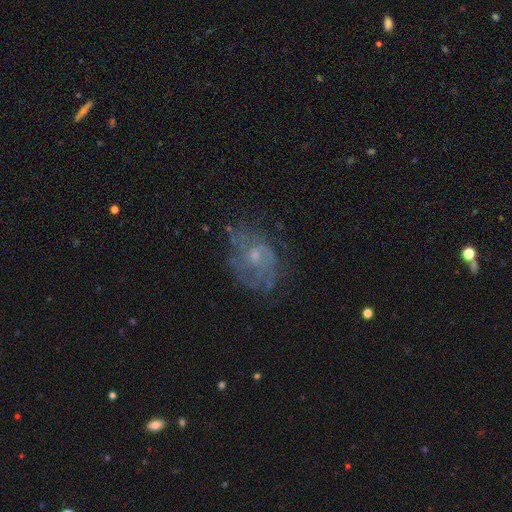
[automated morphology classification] This is likely a featured or disk galaxy (62%). It is clearly not viewed edge-on (97%). Bar: likely no (75%). Spiral arm pattern: likely yes (64%). Central bulge: likely small (61%). Merging: likely none (60%).